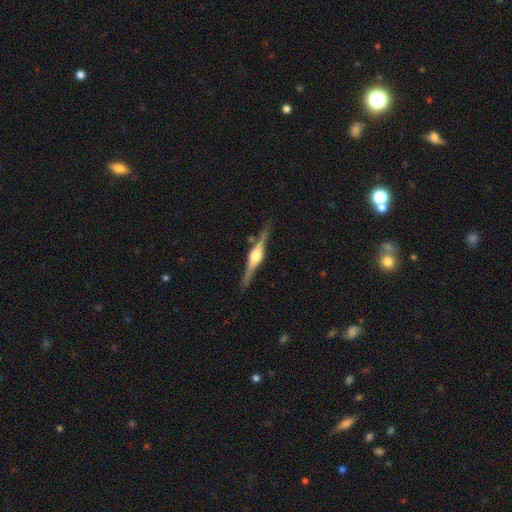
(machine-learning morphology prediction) featured or disk 84%, smooth 11%, star or artifact 5%. Down the decision tree: edge-on disk — yes (98%); edge-on bulge — rounded (88%); merging — none (87%).